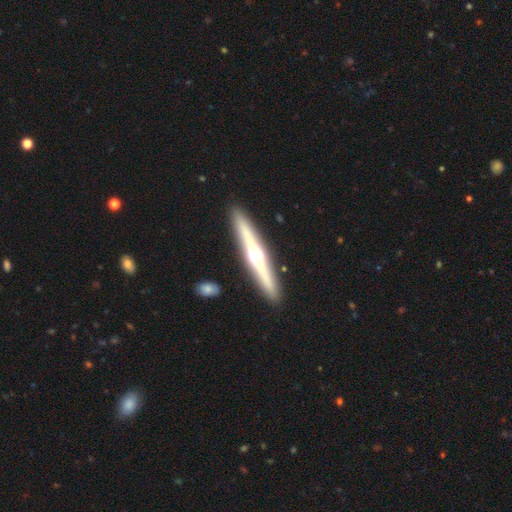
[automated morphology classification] This is likely a featured or disk galaxy (72%). It is clearly viewed edge-on (97%). Edge-on bulge: clearly rounded (92%). Merging: clearly none (91%).